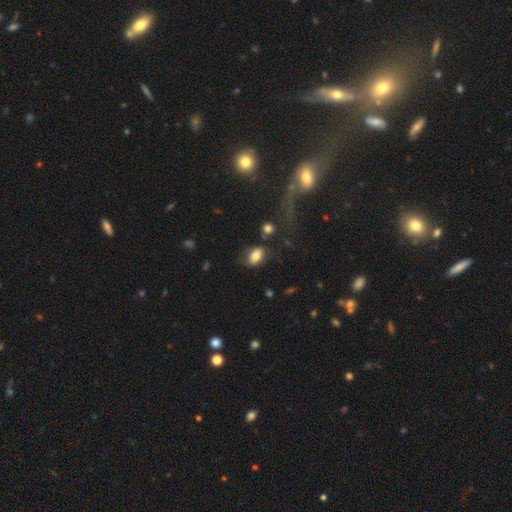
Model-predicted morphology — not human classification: A smooth galaxy with no disk features (77%) that is in between round and cigar-shaped (84%). Merging: none (60%).